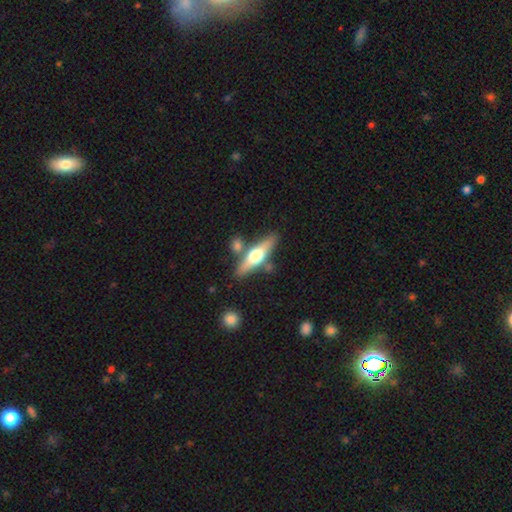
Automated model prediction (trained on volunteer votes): This appears to be a featured or disk galaxy (61%) viewed edge-on (93%) with a rounded central bulge (95%). Merging: none (76%).